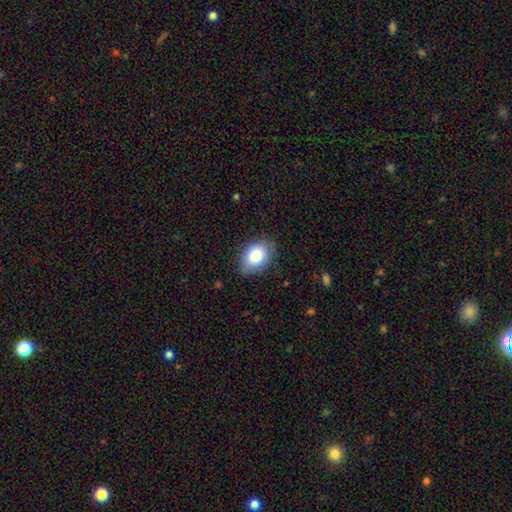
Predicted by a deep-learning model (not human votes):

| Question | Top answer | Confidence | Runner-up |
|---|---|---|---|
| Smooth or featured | smooth | 83% | featured or disk (10%) |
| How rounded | in between | 77% | round (22%) |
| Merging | none | 80% | minor disturbance (16%) |